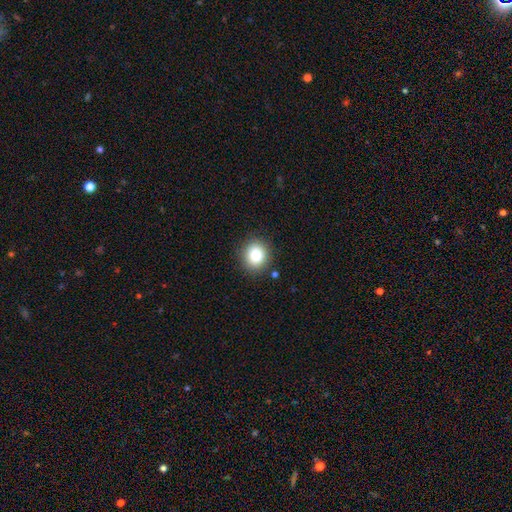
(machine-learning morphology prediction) Smooth or featured: smooth — 83% (star or artifact — 11%)
How rounded: round — 80% (in between — 19%)
Merging: none — 88% (minor disturbance — 8%)